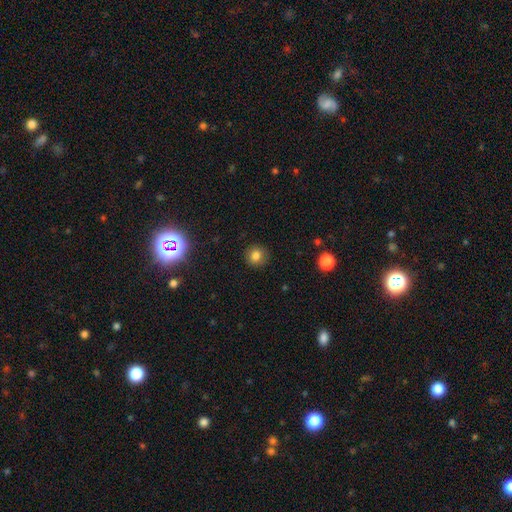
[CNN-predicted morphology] smooth 80%, star or artifact 13%, featured or disk 7%. Down the decision tree: how rounded — round (91%); merging — none (90%).